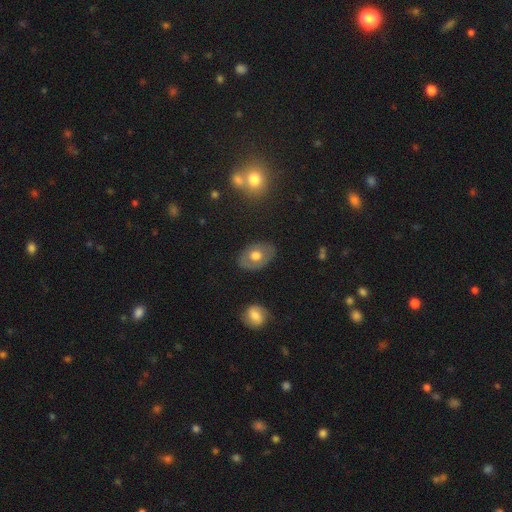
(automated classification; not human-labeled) Smooth or featured: smooth — 57% (featured or disk — 36%)
How rounded: in between — 79% (round — 19%)
Merging: none — 82% (minor disturbance — 12%)